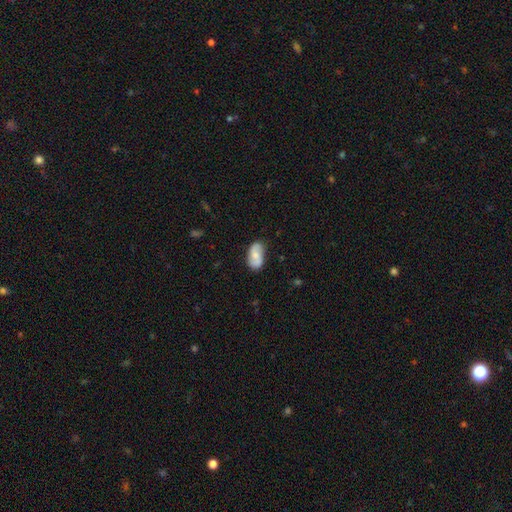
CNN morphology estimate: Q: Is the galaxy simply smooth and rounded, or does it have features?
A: smooth — 49%.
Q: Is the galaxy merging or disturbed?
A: none — 76%.